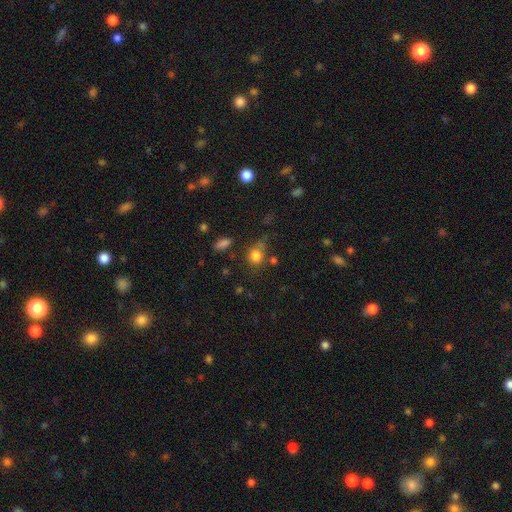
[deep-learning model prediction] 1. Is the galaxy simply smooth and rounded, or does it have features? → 80% smooth, 14% star or artifact, 6% featured or disk.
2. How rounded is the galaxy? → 71% round, 27% in between, 1% cigar-shaped.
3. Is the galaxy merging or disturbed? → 62% none, 20% minor disturbance, 9% merger, 8% major disturbance.